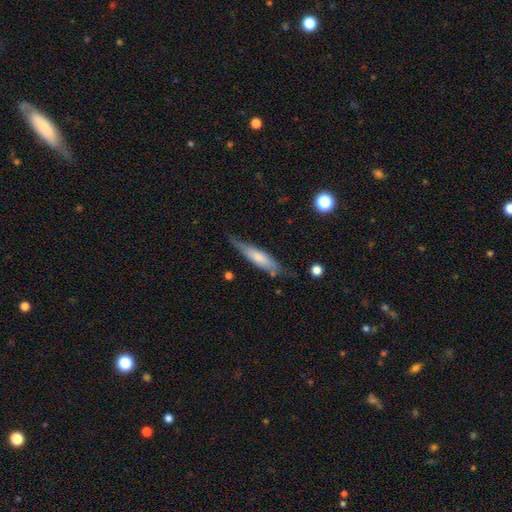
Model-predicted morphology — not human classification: Smooth or featured?
  - smooth: 57% *
  - featured or disk: 37%
  - star or artifact: 6%
How rounded?
  - cigar-shaped: 78% *
  - in between: 21%
  - round: 2%
Merging?
  - none: 70% *
  - minor disturbance: 23%
  - major disturbance: 5%
  - merger: 2%